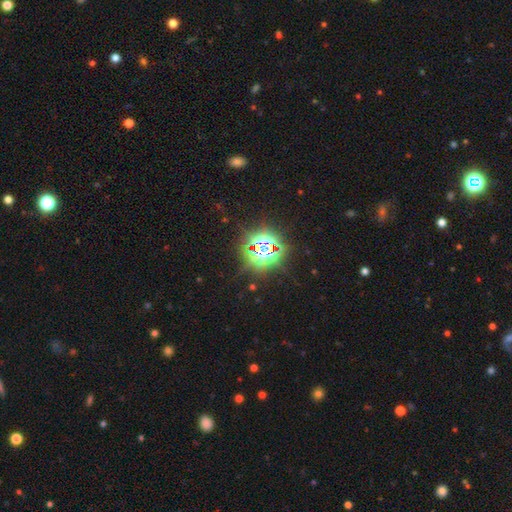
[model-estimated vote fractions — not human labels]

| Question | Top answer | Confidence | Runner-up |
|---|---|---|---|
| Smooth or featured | star or artifact | 83% | smooth (11%) |